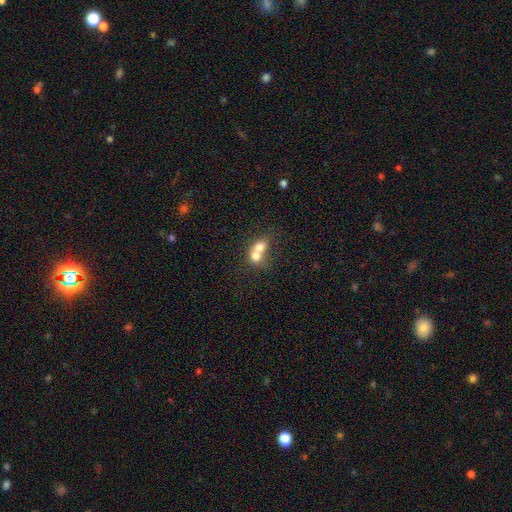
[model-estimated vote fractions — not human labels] Q: Smooth or featured?
A: smooth (68%); runner-up: featured or disk (22%)
Q: How rounded?
A: round (61%); runner-up: in between (38%)
Q: Merging?
A: merger (75%); runner-up: none (17%)